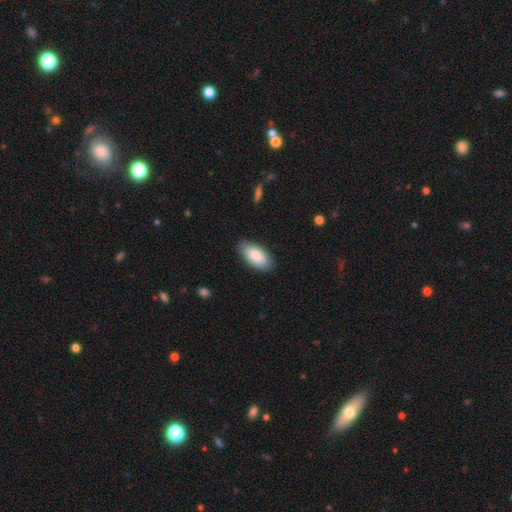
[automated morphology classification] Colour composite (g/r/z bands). It shows a smooth galaxy with no disk features (86%) that is in between round and cigar-shaped (93%). Merging: none (86%).